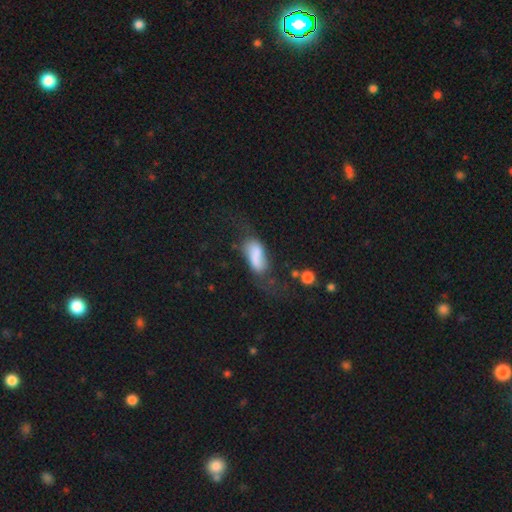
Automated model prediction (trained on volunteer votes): A smooth galaxy with no disk features (73%) that is in between round and cigar-shaped (83%). Merging: none (33%).